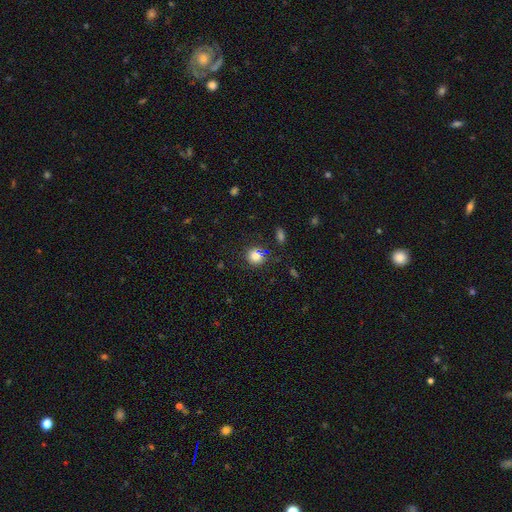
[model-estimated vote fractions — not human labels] A smooth galaxy with no disk features (78%) that is round (87%).

Vote fractions:
- Smooth or featured? smooth: 78% / star or artifact: 13% / featured or disk: 9%
- How rounded? round: 87% / in between: 12% / cigar-shaped: 1%
- Merging? none: 79% / minor disturbance: 12% / merger: 6% / major disturbance: 4%